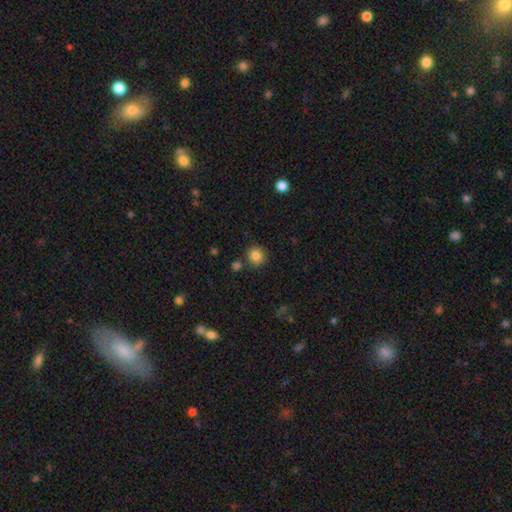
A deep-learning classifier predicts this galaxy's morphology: A smooth galaxy with no disk features (83%) that is round (89%).

Vote fractions:
- Smooth or featured? smooth: 83% / star or artifact: 11% / featured or disk: 5%
- How rounded? round: 89% / in between: 10% / cigar-shaped: 1%
- Merging? none: 85% / minor disturbance: 8% / merger: 5% / major disturbance: 2%